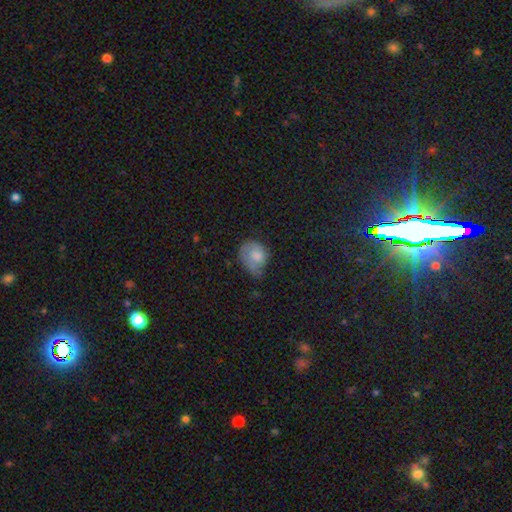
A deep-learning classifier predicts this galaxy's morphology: This is likely a smooth galaxy (66%). How rounded: possibly in between (51%). Merging: marginally minor disturbance (42%).